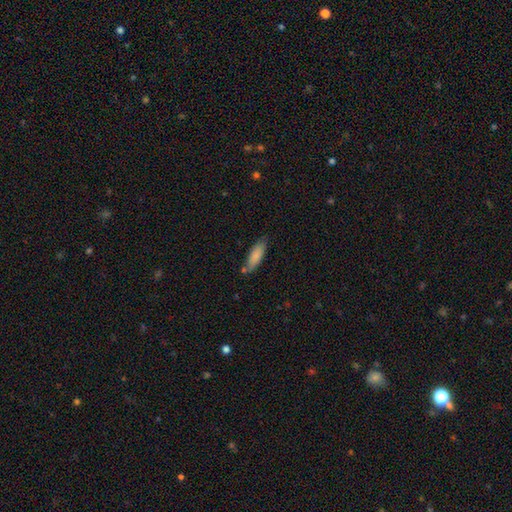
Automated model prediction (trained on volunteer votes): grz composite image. It shows a smooth galaxy with no disk features (83%) that is in between round and cigar-shaped (54%). Merging: none (69%).